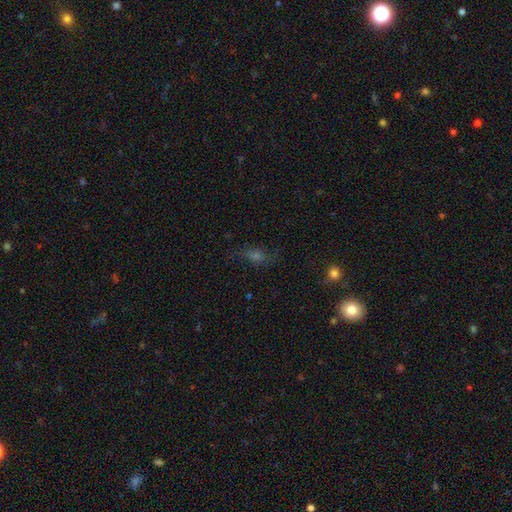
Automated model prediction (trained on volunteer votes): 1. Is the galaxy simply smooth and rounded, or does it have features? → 38% smooth, 32% star or artifact, 30% featured or disk.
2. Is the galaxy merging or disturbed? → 68% none, 17% minor disturbance, 12% major disturbance, 2% merger.